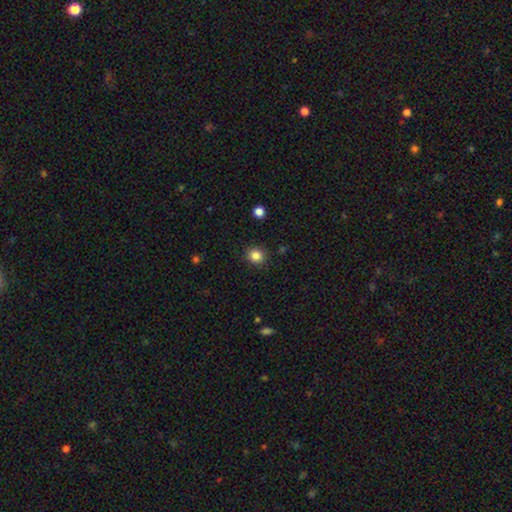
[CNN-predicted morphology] Smooth or featured? smooth (84%)
How rounded? round (86%)
Merging? none (89%)